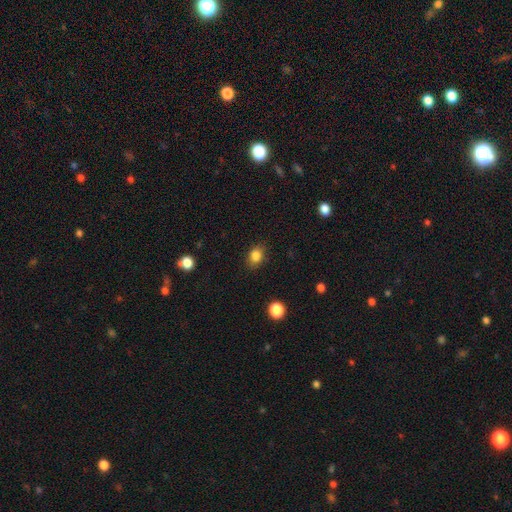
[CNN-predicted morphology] Q: Smooth or featured?
A: smooth (84%); runner-up: star or artifact (11%)
Q: How rounded?
A: in between (56%); runner-up: round (42%)
Q: Merging?
A: none (85%); runner-up: minor disturbance (11%)